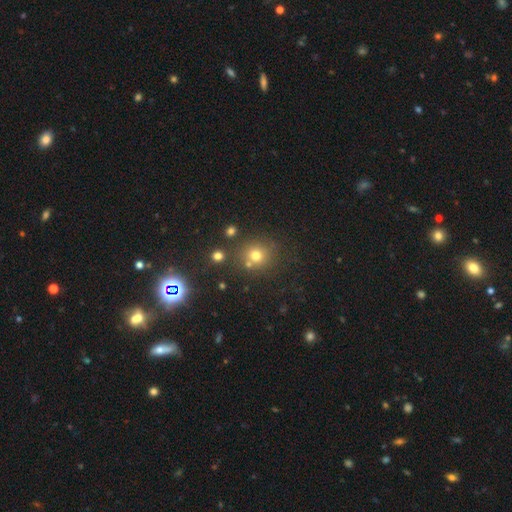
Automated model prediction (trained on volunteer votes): Smooth or featured: smooth — 72% (star or artifact — 18%)
How rounded: round — 87% (in between — 12%)
Merging: none — 72% (merger — 13%)